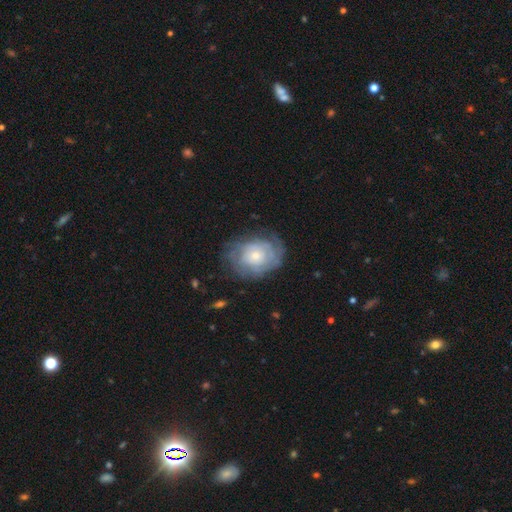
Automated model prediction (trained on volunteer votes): Smooth or featured? Predicted: featured or disk (p=0.63). Edge-on disk? Predicted: no (p=0.97). Bar? Predicted: no (p=0.83). Spiral arms? Predicted: yes (p=0.73). Bulge size? Predicted: small (p=0.54). Merging? Predicted: none (p=0.65).